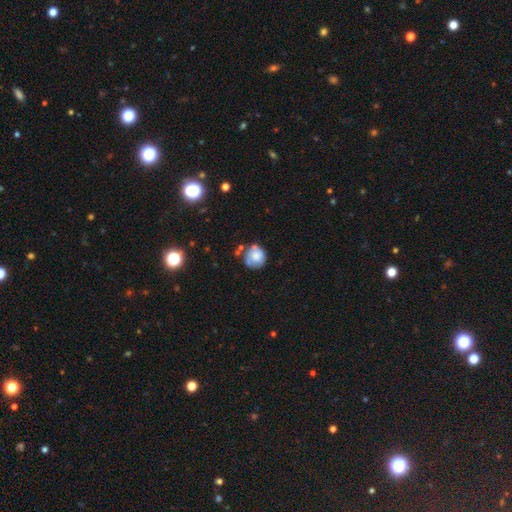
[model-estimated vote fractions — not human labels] Smooth or featured? smooth (66%)
How rounded? round (84%)
Merging? none (55%)